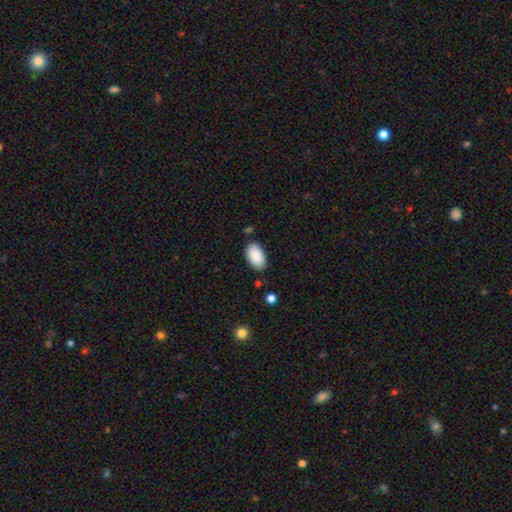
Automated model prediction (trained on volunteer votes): smooth_or_featured: smooth (p=0.90) [alt: star or artifact p=0.06]
how_rounded: in between (p=0.95) [alt: round p=0.04]
merging: none (p=0.83) [alt: minor disturbance p=0.11]